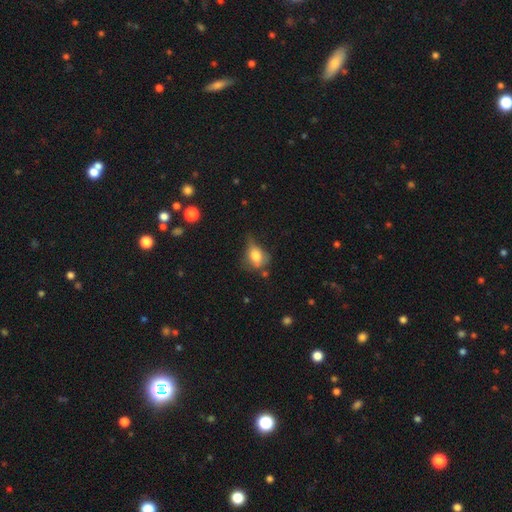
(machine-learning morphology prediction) smooth-or-featured: smooth: 70% | featured or disk: 20% | star or artifact: 10%
  how-rounded: in between: 67% | round: 30% | cigar-shaped: 3%
  merging: minor disturbance: 38% | none: 31% | major disturbance: 25% | merger: 6%